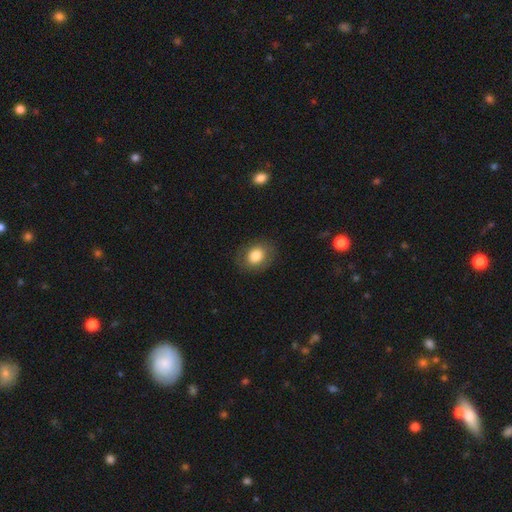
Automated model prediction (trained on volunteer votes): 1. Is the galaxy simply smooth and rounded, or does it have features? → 79% smooth, 13% featured or disk, 8% star or artifact.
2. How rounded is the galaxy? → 58% in between, 41% round, 1% cigar-shaped.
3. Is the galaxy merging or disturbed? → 84% none, 11% minor disturbance, 4% major disturbance, 1% merger.